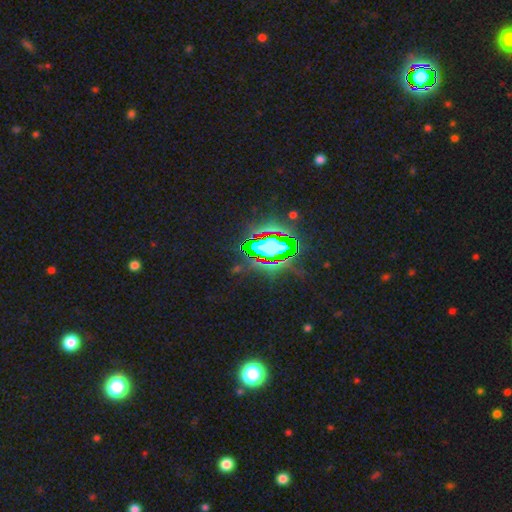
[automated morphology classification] type=star or artifact (77%).